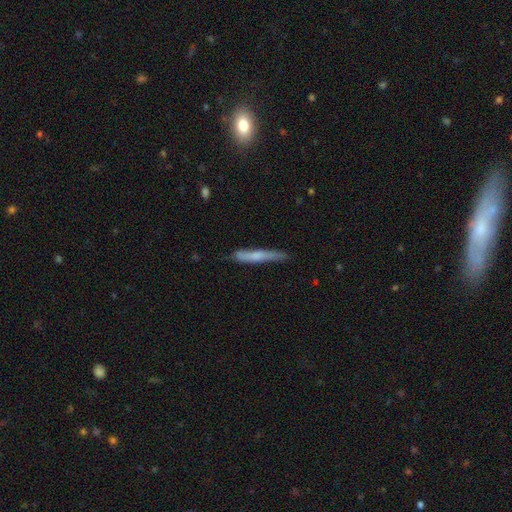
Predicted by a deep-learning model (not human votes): The model was most divided on "smooth or featured": smooth: 58%, featured or disk: 36%, star or artifact: 6%. More confident: how rounded — cigar-shaped (94%); merging — none (72%).